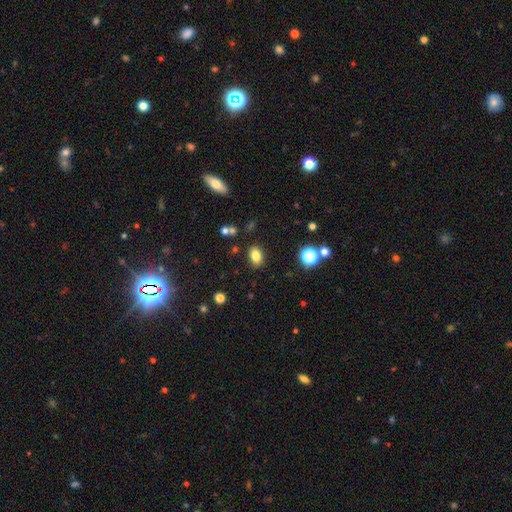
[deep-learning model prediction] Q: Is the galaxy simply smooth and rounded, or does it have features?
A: smooth — 82%.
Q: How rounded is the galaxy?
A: in between — 85%.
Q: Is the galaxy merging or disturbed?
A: none — 86%.